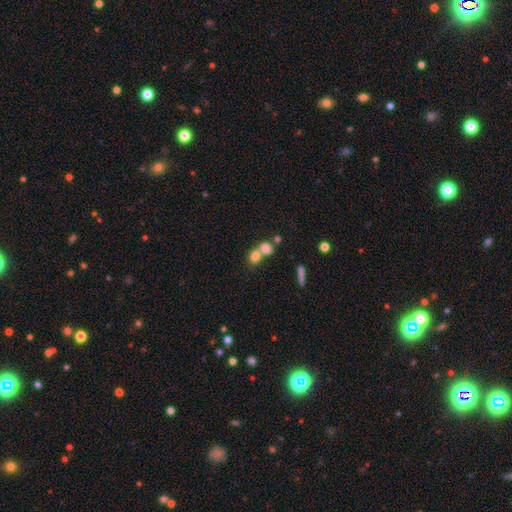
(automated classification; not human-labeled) Morphology: type=smooth (78%); roundness=round (65%); merging=merger (58%).